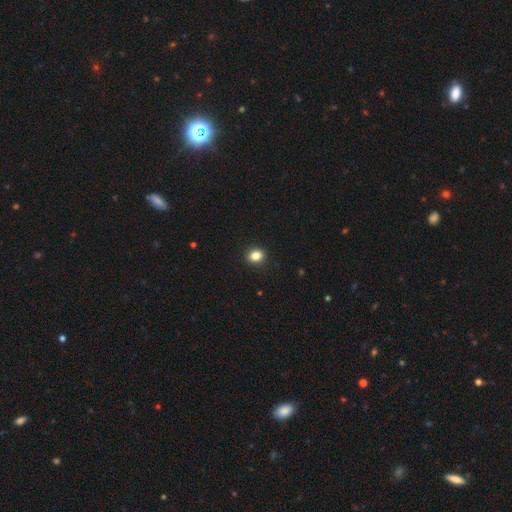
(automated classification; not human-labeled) A smooth galaxy with no disk features (84%) that is round (59%).

Vote fractions:
- Smooth or featured? smooth: 84% / star or artifact: 11% / featured or disk: 5%
- How rounded? round: 59% / in between: 39% / cigar-shaped: 1%
- Merging? none: 91% / minor disturbance: 6% / major disturbance: 2% / merger: 1%